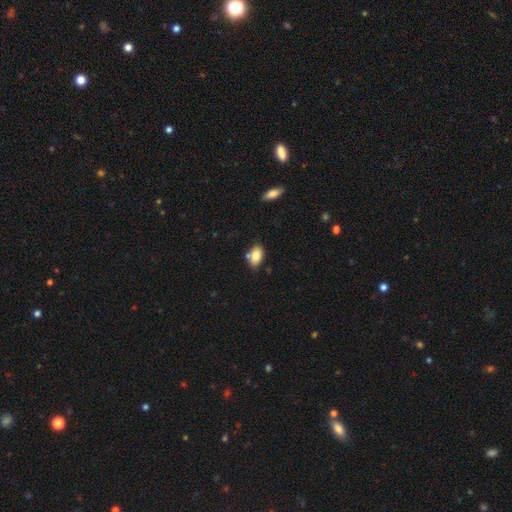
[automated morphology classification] A smooth galaxy with no disk features (80%) that is in between round and cigar-shaped (89%).

Vote fractions:
- Smooth or featured? smooth: 80% / featured or disk: 13% / star or artifact: 8%
- How rounded? in between: 89% / round: 9% / cigar-shaped: 2%
- Merging? none: 66% / minor disturbance: 17% / merger: 13% / major disturbance: 3%